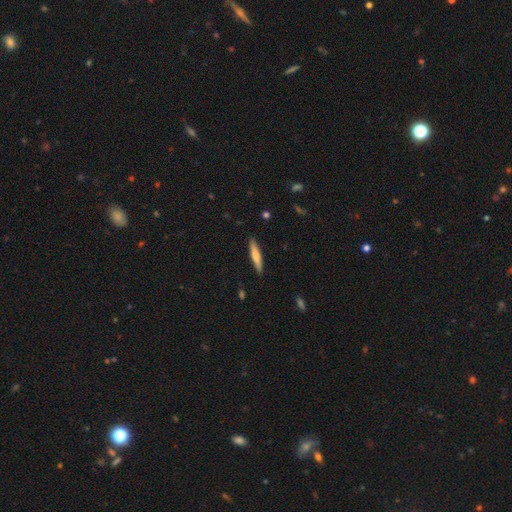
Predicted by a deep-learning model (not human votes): This appears to be a smooth galaxy with no disk features (62%) that is cigar-shaped (91%). Merging: none (90%).